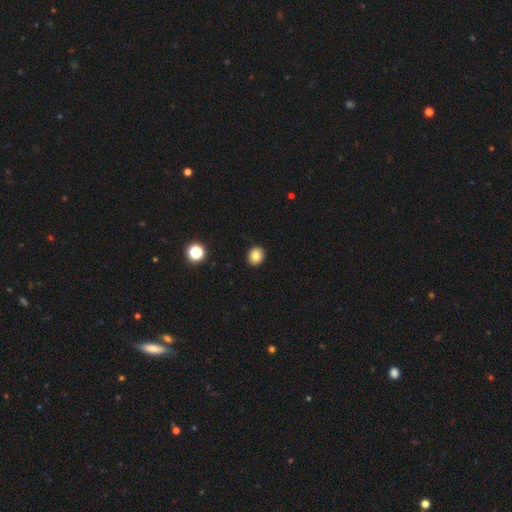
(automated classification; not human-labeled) Smooth or featured: smooth — 82% (star or artifact — 11%)
How rounded: round — 77% (in between — 22%)
Merging: none — 92% (minor disturbance — 5%)